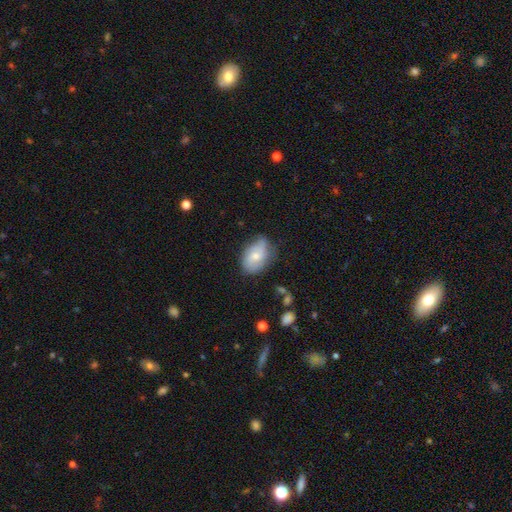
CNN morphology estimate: type=featured or disk (47%); merging=none (59%).